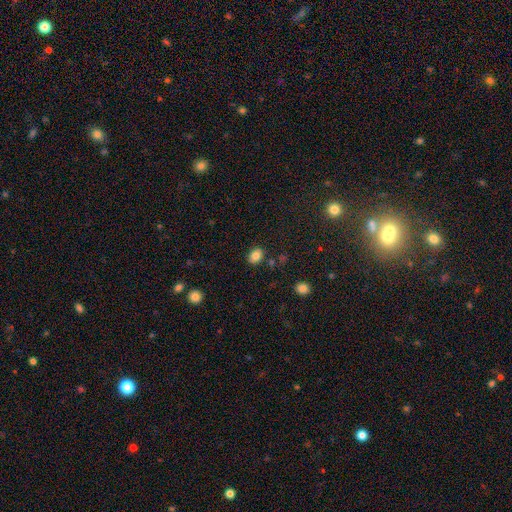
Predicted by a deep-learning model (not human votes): Overall: smooth (84%). How rounded: in between (61%; round 38%). Merging: none (84%).